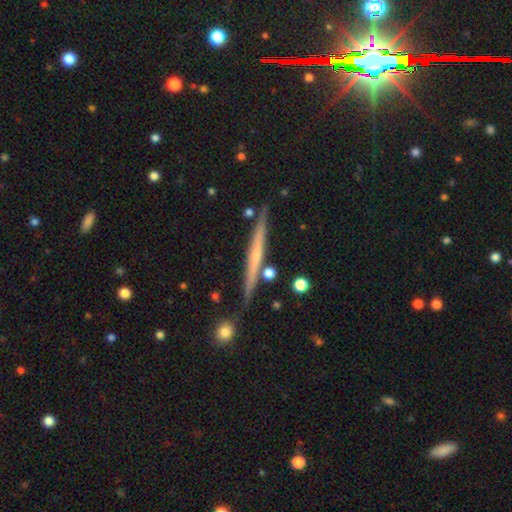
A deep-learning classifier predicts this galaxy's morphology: type=featured or disk (66%); edge-on=yes (97%); edge-on bulge=none (55%); merging=none (85%).